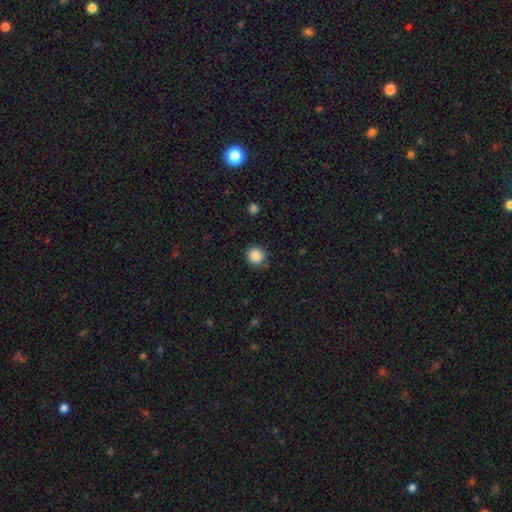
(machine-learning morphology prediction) A smooth galaxy with no disk features (87%) that is round (84%).

Vote fractions:
- Smooth or featured? smooth: 87% / star or artifact: 10% / featured or disk: 4%
- How rounded? round: 84% / in between: 15% / cigar-shaped: 1%
- Merging? none: 79% / minor disturbance: 16% / major disturbance: 3% / merger: 2%